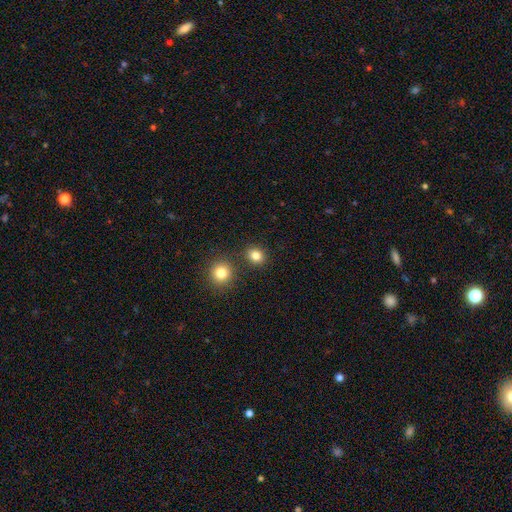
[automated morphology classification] Smooth or featured? Predicted: smooth (p=0.82). How rounded? Predicted: round (p=0.78). Merging? Predicted: none (p=0.83).